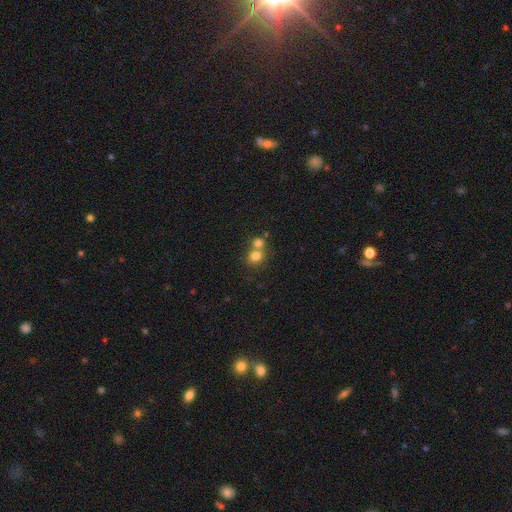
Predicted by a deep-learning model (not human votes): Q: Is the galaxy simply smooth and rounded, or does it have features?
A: smooth — 77%.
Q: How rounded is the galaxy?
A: round — 79%.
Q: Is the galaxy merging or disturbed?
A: merger — 51%.